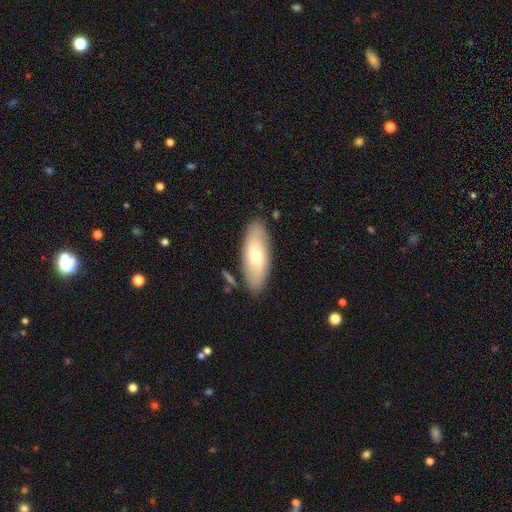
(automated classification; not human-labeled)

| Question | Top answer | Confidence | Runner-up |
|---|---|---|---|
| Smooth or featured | smooth | 56% | featured or disk (38%) |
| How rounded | in between | 77% | cigar-shaped (20%) |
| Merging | none | 85% | minor disturbance (10%) |